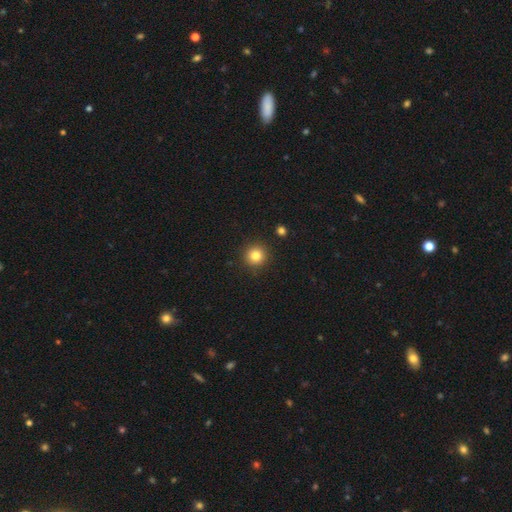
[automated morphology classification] Smooth or featured?
  - smooth: 82% *
  - star or artifact: 12%
  - featured or disk: 6%
How rounded?
  - round: 95% *
  - in between: 4%
  - cigar-shaped: 1%
Merging?
  - none: 92% *
  - minor disturbance: 5%
  - major disturbance: 2%
  - merger: 2%